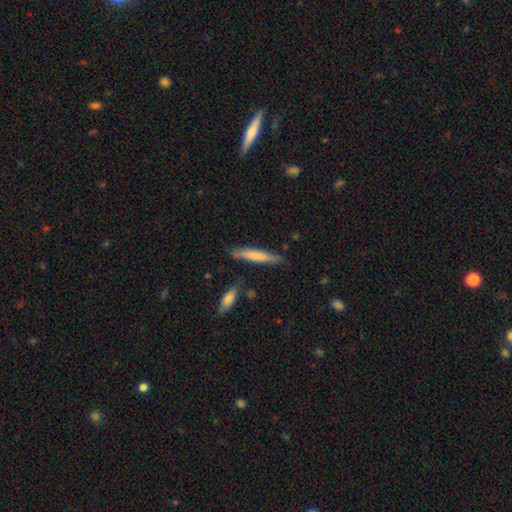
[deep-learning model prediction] This is likely a smooth galaxy (70%). How rounded: clearly cigar-shaped (91%). Merging: clearly none (81%).